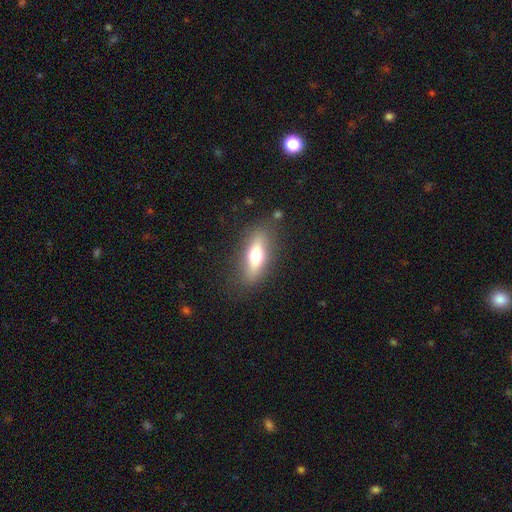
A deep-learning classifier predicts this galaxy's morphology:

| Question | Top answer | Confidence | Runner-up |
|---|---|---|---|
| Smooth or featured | smooth | 57% | featured or disk (36%) |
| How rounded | in between | 54% | cigar-shaped (41%) |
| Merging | none | 83% | minor disturbance (12%) |